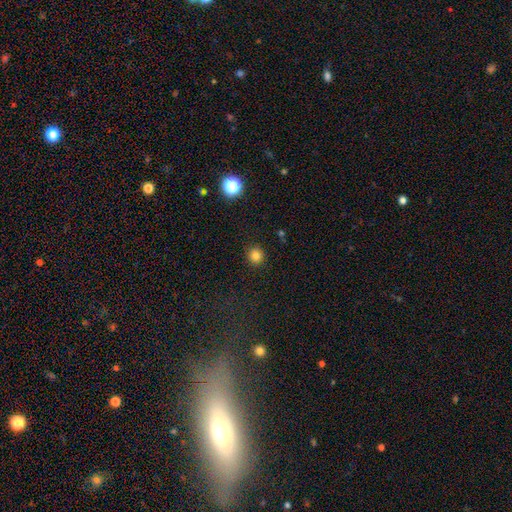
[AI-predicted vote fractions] The model was most divided on "smooth or featured": smooth: 82%, star or artifact: 13%, featured or disk: 5%. More confident: how rounded — round (92%); merging — none (91%).